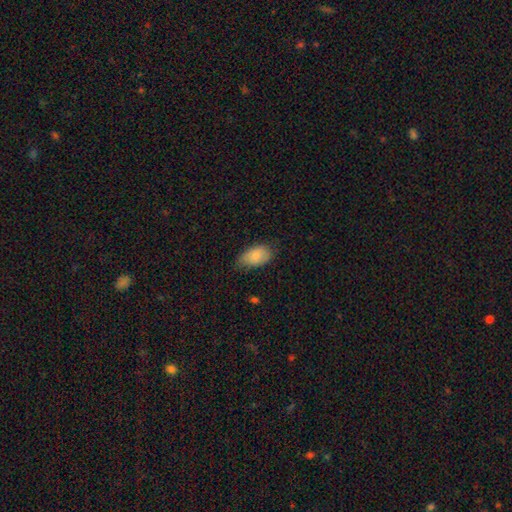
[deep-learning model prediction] smooth_or_featured: smooth (p=0.81) [alt: featured or disk p=0.13]
how_rounded: in between (p=0.92) [alt: round p=0.06]
merging: none (p=0.62) [alt: minor disturbance p=0.31]